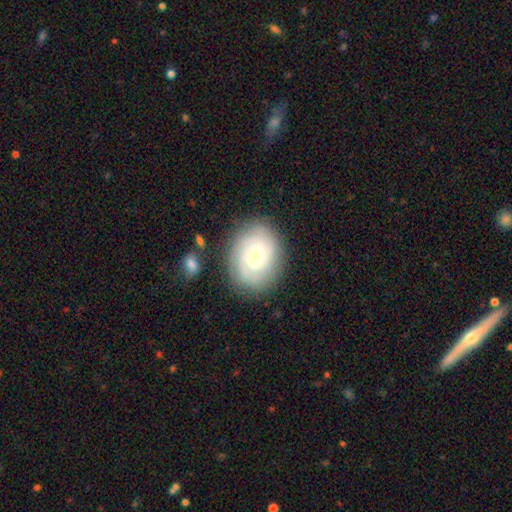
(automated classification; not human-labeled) featured or disk 76%, smooth 17%, star or artifact 7%. Down the decision tree: edge-on disk — no (97%); bar — no (59%); spiral arms — yes (95%); spiral arm count — 3 (28%, tied with can't tell); spiral winding — tight (75%); bulge size — small (50%); merging — none (82%).